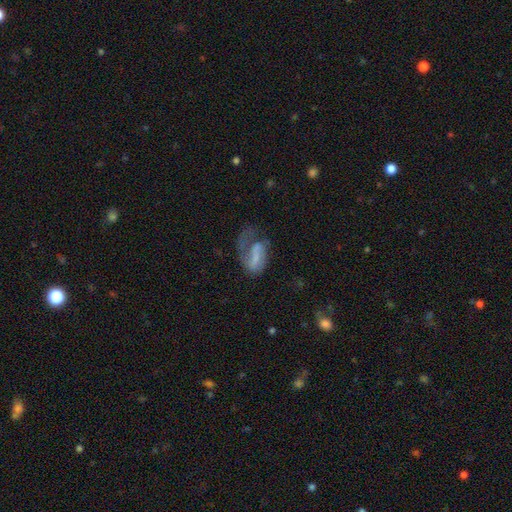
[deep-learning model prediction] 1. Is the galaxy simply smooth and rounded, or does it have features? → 55% featured or disk, 37% smooth, 8% star or artifact.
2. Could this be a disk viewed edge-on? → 96% no, 4% yes.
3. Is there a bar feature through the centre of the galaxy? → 38% no, 37% weak, 25% strong.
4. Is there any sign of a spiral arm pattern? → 69% yes, 31% no.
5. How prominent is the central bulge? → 48% none, 26% small, 17% moderate, 7% large, 2% dominant.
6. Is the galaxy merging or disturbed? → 51% major disturbance, 25% none, 18% minor disturbance, 5% merger.